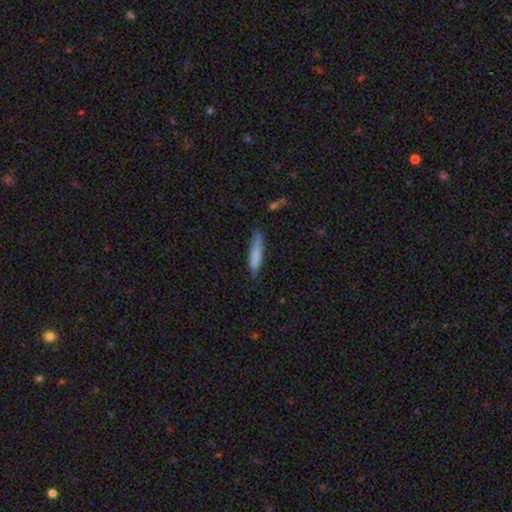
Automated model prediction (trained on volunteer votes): Smooth or featured: smooth — 82% (featured or disk — 12%)
How rounded: cigar-shaped — 85% (in between — 14%)
Merging: none — 76% (minor disturbance — 19%)